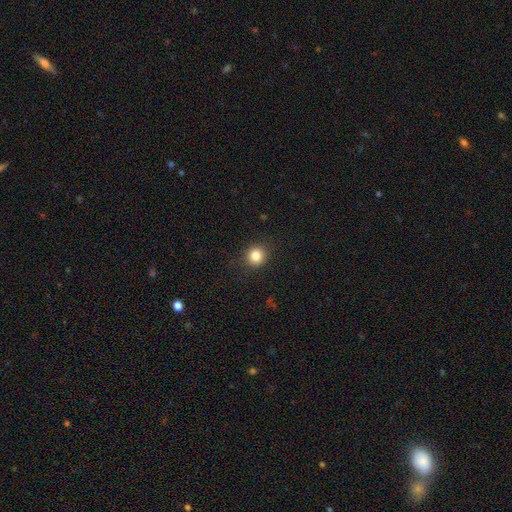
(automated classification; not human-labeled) A smooth galaxy with no disk features (84%) that is round (90%).

Vote fractions:
- Smooth or featured? smooth: 84% / star or artifact: 11% / featured or disk: 5%
- How rounded? round: 90% / in between: 9% / cigar-shaped: 1%
- Merging? none: 89% / minor disturbance: 7% / major disturbance: 3% / merger: 1%